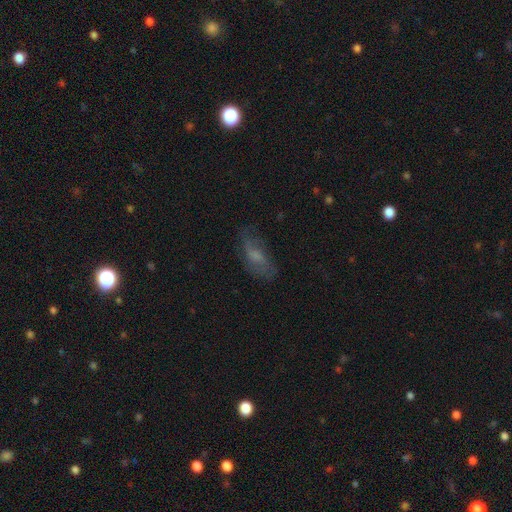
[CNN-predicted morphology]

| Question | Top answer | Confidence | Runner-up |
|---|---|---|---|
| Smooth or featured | featured or disk | 45% | smooth (44%) |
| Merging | none | 61% | minor disturbance (24%) |